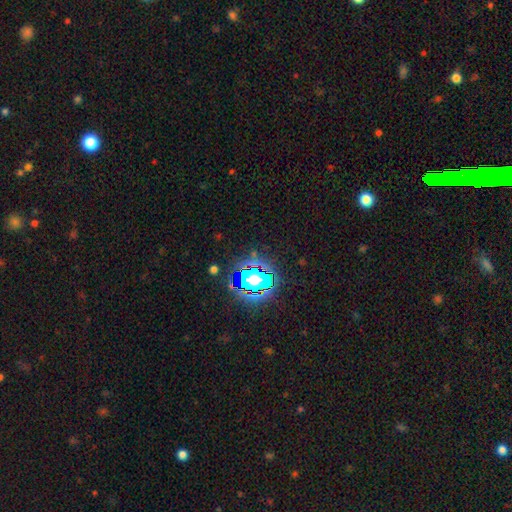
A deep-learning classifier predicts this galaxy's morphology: Smooth or featured? Predicted: star or artifact (p=0.83).